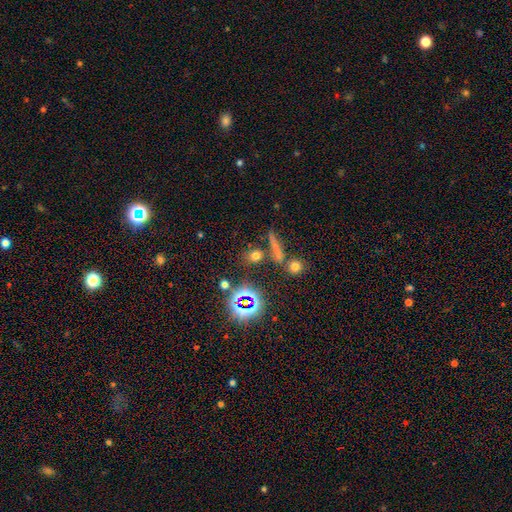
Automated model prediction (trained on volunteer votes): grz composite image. It shows a smooth galaxy with no disk features (61%) that is round (63%). Merging: none (77%).